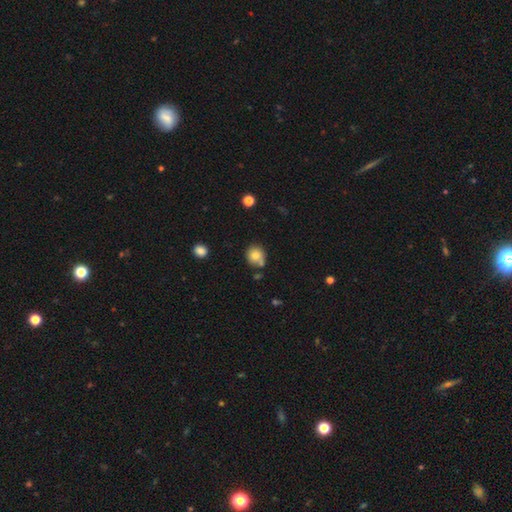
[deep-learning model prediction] Smooth or featured: smooth — 78% (featured or disk — 11%)
How rounded: round — 80% (in between — 19%)
Merging: none — 63% (minor disturbance — 19%)